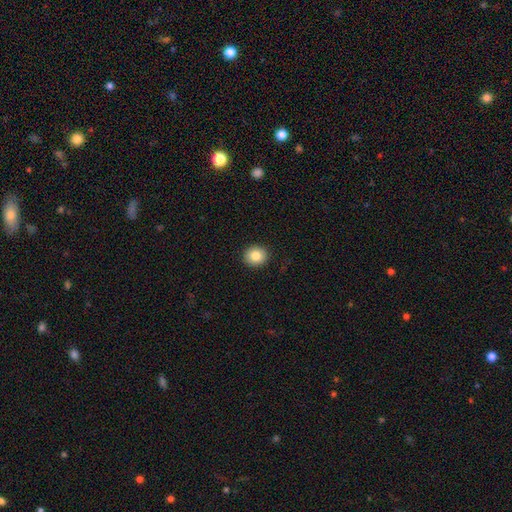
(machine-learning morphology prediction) Smooth or featured? Predicted: smooth (p=0.83). How rounded? Predicted: round (p=0.79). Merging? Predicted: none (p=0.91).